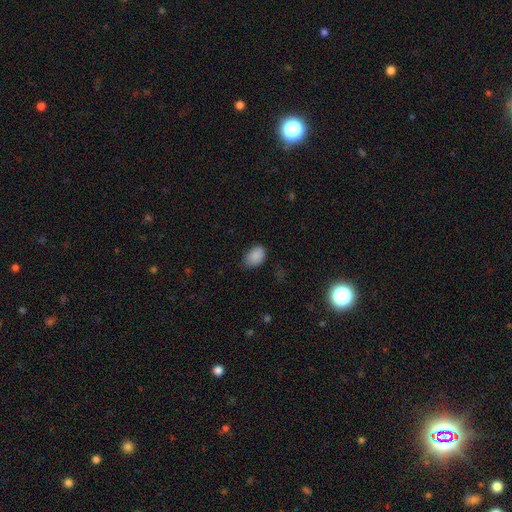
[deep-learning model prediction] smooth 88%, star or artifact 8%, featured or disk 5%. Down the decision tree: how rounded — in between (85%); merging — none (73%).